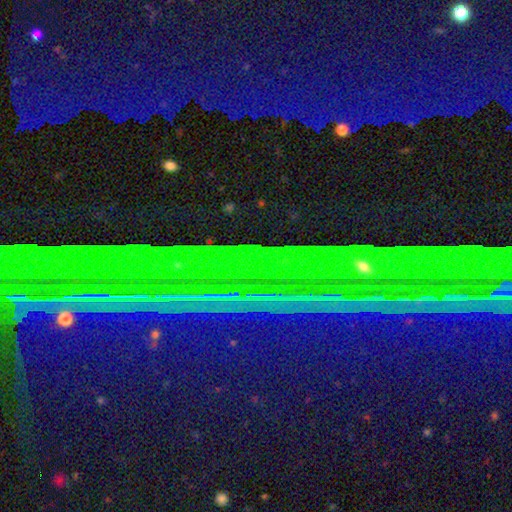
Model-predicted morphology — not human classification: smooth_or_featured: star or artifact (p=0.88) [alt: featured or disk p=0.07]